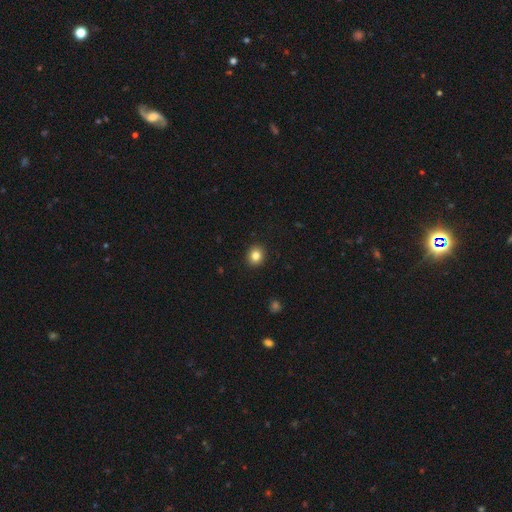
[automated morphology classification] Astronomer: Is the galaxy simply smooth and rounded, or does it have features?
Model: smooth — 83%.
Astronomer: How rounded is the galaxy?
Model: round — 78%.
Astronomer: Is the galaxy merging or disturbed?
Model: none — 92%.